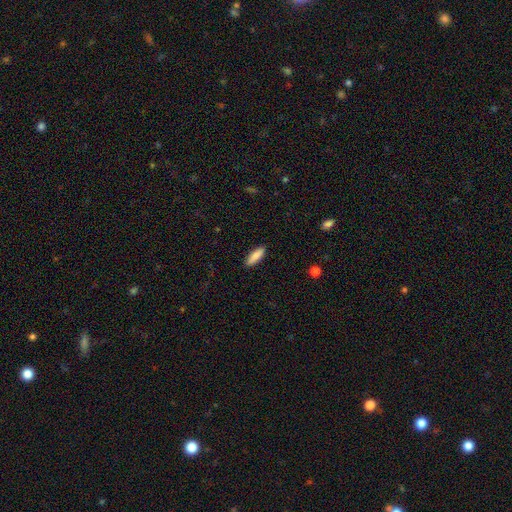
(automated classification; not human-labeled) This appears to be a smooth galaxy with no disk features (87%) that is cigar-shaped (50%). Merging: none (88%).